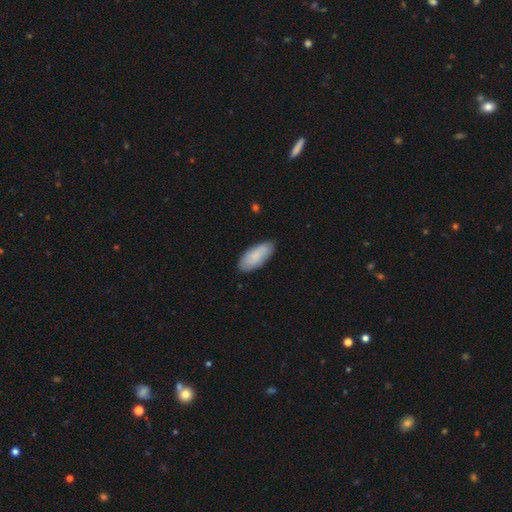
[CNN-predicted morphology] Smooth or featured: smooth — 80% (featured or disk — 14%)
How rounded: in between — 86% (cigar-shaped — 12%)
Merging: none — 83% (minor disturbance — 13%)